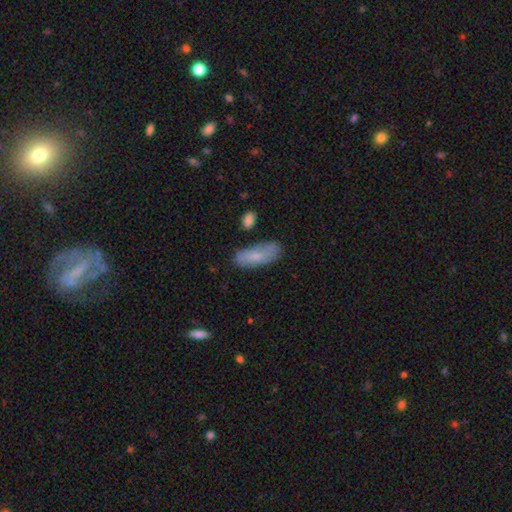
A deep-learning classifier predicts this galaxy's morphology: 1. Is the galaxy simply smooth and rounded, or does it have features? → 74% smooth, 19% featured or disk, 7% star or artifact.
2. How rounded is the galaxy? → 74% in between, 24% cigar-shaped, 2% round.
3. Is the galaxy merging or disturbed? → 71% none, 21% minor disturbance, 5% major disturbance, 4% merger.